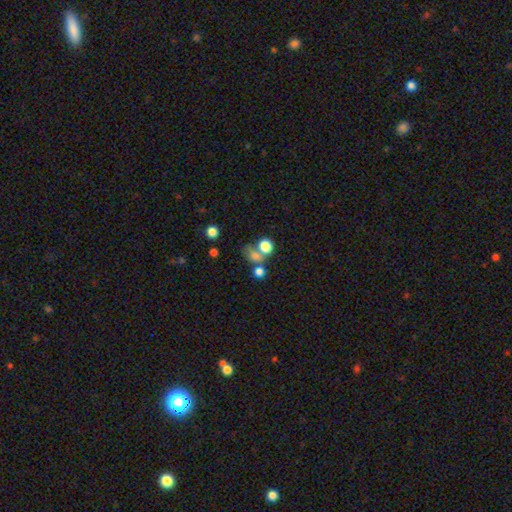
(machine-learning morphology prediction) A smooth galaxy with no disk features (71%) that is round (62%).

Vote fractions:
- Smooth or featured? smooth: 71% / star or artifact: 18% / featured or disk: 11%
- How rounded? round: 62% / in between: 36% / cigar-shaped: 2%
- Merging? none: 41% / merger: 39% / minor disturbance: 11% / major disturbance: 9%